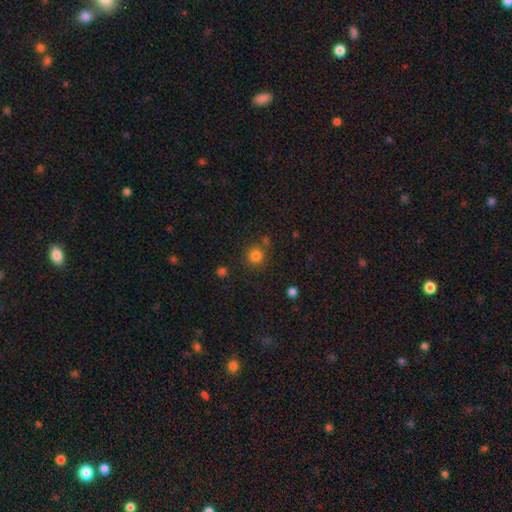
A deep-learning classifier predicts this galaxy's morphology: type=smooth (82%); roundness=round (92%); merging=none (79%).